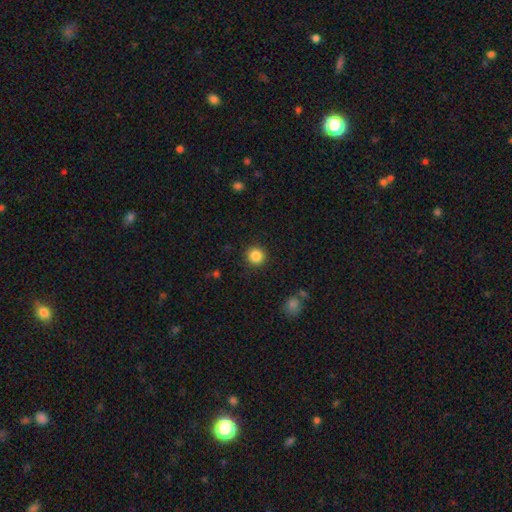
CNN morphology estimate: Smooth or featured?
  - smooth: 85% *
  - star or artifact: 11%
  - featured or disk: 4%
How rounded?
  - round: 94% *
  - in between: 5%
  - cigar-shaped: 1%
Merging?
  - none: 92% *
  - minor disturbance: 5%
  - major disturbance: 2%
  - merger: 1%